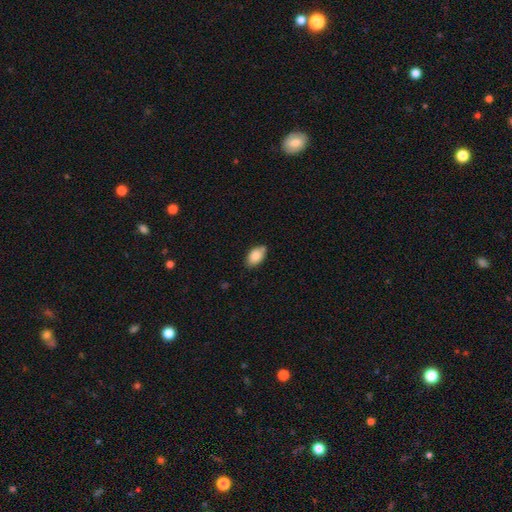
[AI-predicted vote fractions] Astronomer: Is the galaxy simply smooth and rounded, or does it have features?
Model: smooth — 87%.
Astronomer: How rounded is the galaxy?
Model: in between — 91%.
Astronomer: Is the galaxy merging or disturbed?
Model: none — 70%.